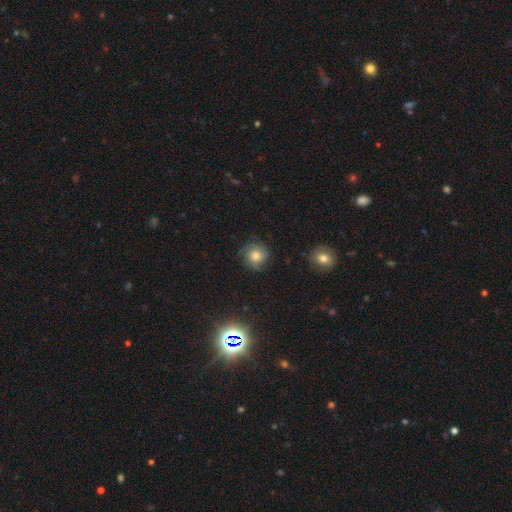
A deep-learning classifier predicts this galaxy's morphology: Smooth or featured? Predicted: featured or disk (p=0.48). Merging? Predicted: none (p=0.79).